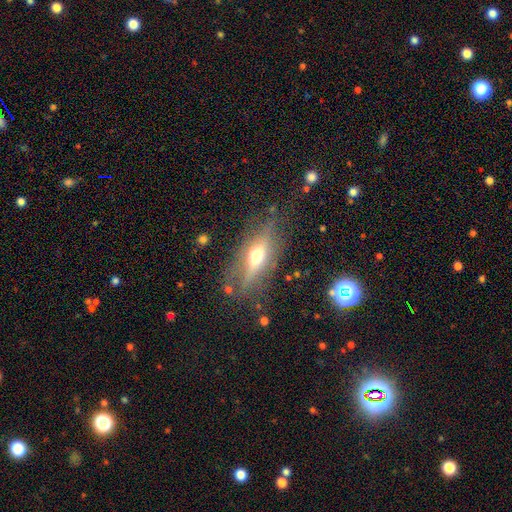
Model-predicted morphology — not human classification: Smooth or featured: featured or disk — 53% (smooth — 38%)
Edge-on disk: yes — 75% (no — 25%)
Merging: none — 71% (minor disturbance — 18%)